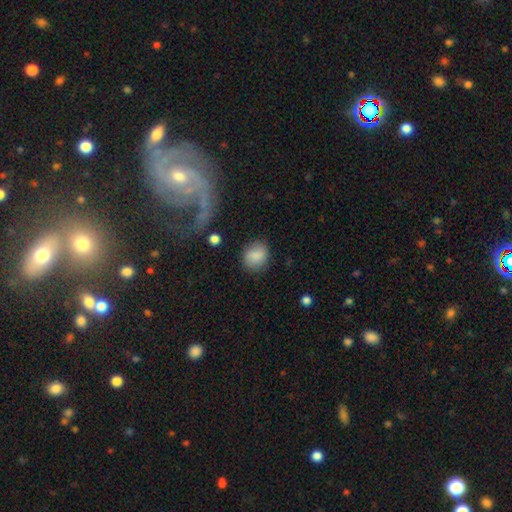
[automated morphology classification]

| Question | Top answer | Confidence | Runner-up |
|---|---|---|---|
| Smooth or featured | smooth | 86% | star or artifact (8%) |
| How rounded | round | 68% | in between (30%) |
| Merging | none | 80% | minor disturbance (14%) |